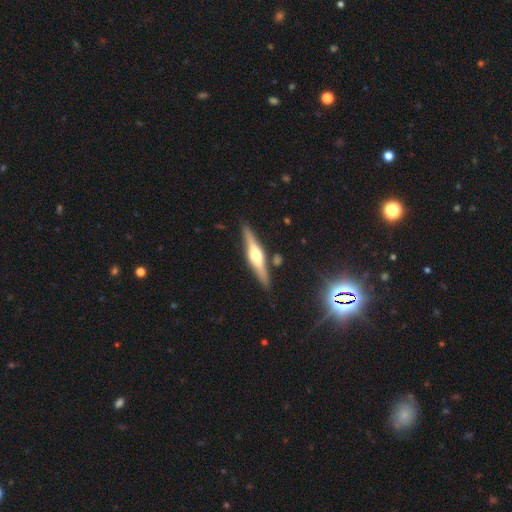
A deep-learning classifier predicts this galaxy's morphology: This is likely a featured or disk galaxy (70%). It is clearly viewed edge-on (96%). Edge-on bulge: clearly rounded (91%). Merging: clearly none (86%).